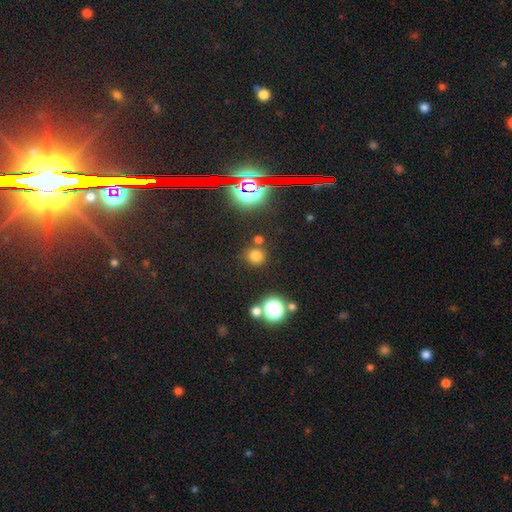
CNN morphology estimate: A smooth galaxy with no disk features (72%) that is round (89%).

Vote fractions:
- Smooth or featured? smooth: 72% / star or artifact: 23% / featured or disk: 6%
- How rounded? round: 89% / in between: 10% / cigar-shaped: 1%
- Merging? none: 79% / minor disturbance: 9% / merger: 8% / major disturbance: 4%